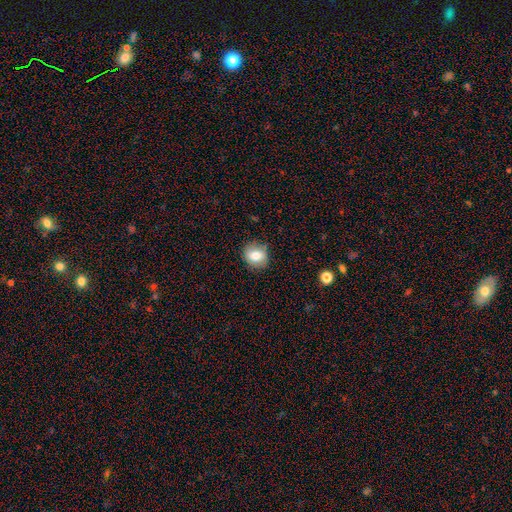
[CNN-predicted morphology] smooth_or_featured: smooth (p=0.73) [alt: featured or disk p=0.17]
how_rounded: round (p=0.74) [alt: in between p=0.25]
merging: none (p=0.83) [alt: minor disturbance p=0.13]